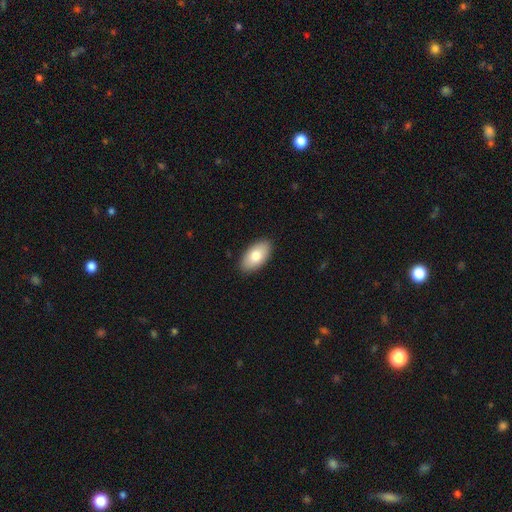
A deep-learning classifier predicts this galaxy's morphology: type=smooth (79%); roundness=in between (95%); merging=none (89%).